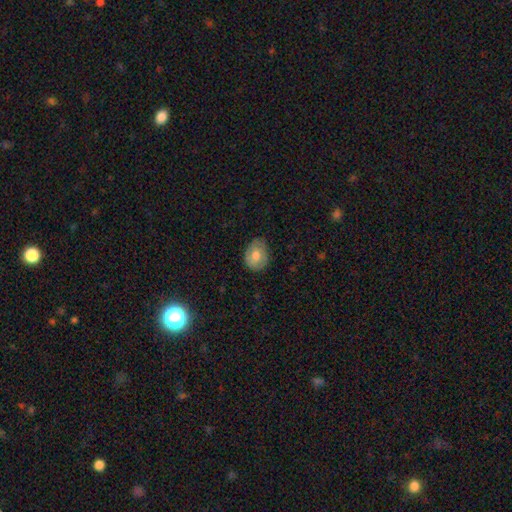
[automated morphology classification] Smooth or featured?
  - smooth: 69% *
  - featured or disk: 23%
  - star or artifact: 8%
How rounded?
  - in between: 56% *
  - round: 43%
  - cigar-shaped: 1%
Merging?
  - none: 74% *
  - minor disturbance: 21%
  - major disturbance: 4%
  - merger: 1%